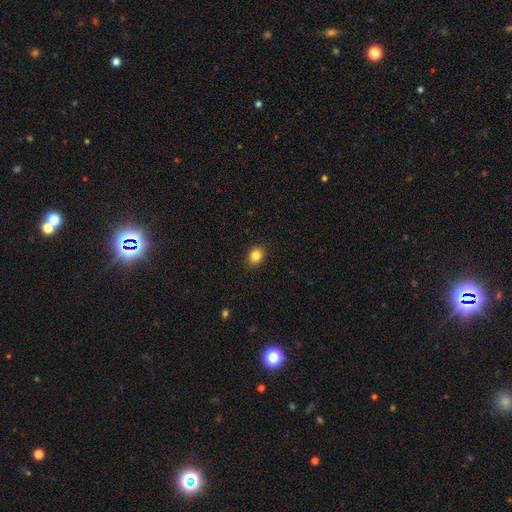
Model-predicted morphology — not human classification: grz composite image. It shows a smooth galaxy with no disk features (85%) that is in between round and cigar-shaped (51%). Merging: none (89%).